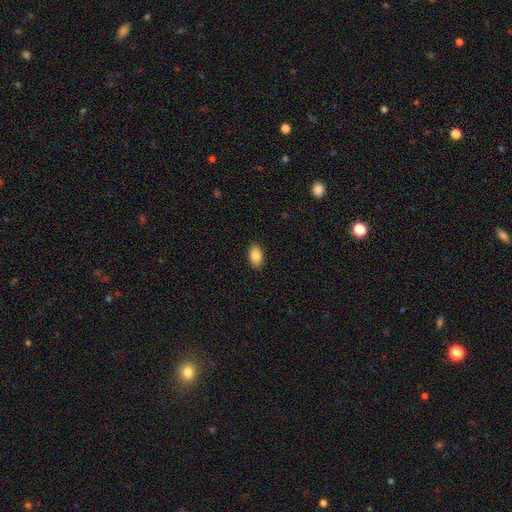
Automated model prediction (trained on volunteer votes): smooth_or_featured: smooth (p=0.85) [alt: star or artifact p=0.08]
how_rounded: in between (p=0.90) [alt: round p=0.08]
merging: none (p=0.89) [alt: minor disturbance p=0.08]